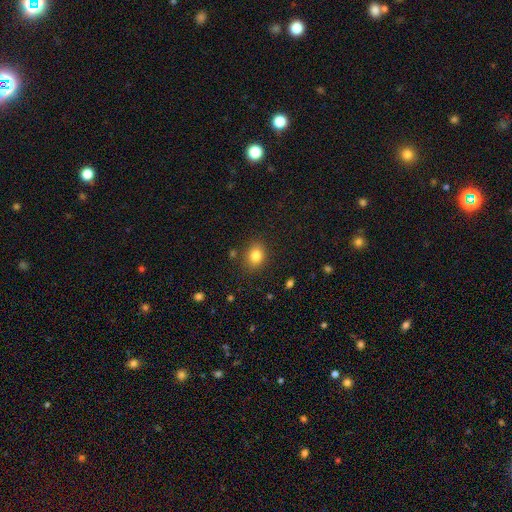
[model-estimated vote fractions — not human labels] The model was most divided on "how rounded": round: 51%, in between: 48%, cigar-shaped: 1%. More confident: merging — none (84%); smooth or featured — smooth (83%).